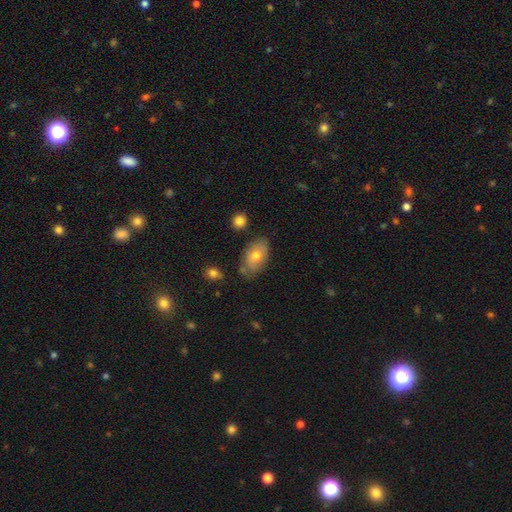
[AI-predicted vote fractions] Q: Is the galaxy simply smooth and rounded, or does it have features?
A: smooth — 72%.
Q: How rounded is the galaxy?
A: in between — 92%.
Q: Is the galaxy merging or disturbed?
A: none — 73%.